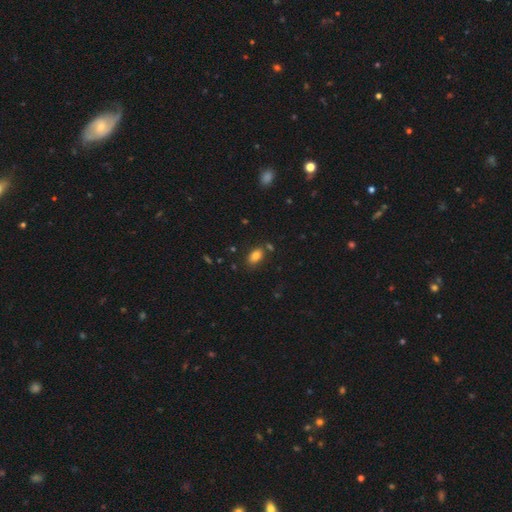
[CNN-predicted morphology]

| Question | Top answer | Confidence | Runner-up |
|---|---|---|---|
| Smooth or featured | smooth | 82% | star or artifact (10%) |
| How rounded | in between | 87% | round (11%) |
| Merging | none | 76% | minor disturbance (13%) |